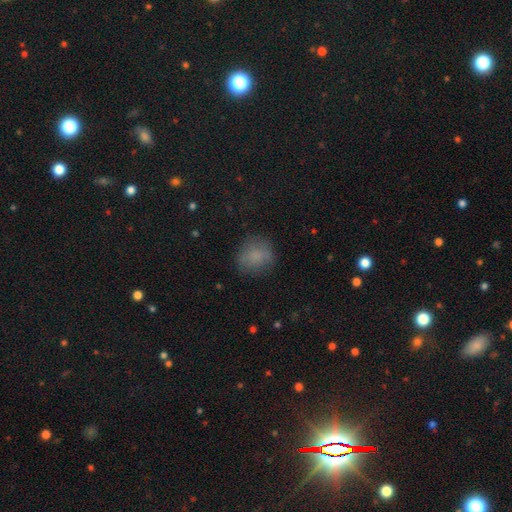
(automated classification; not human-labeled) The model was most divided on "how rounded": round: 78%, in between: 21%, cigar-shaped: 1%. More confident: smooth or featured — smooth (80%); merging — none (75%).